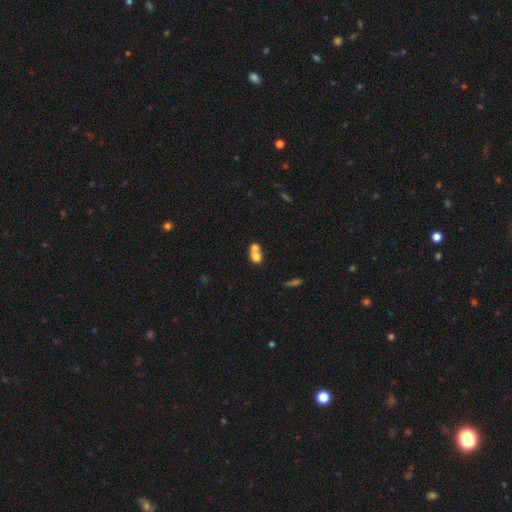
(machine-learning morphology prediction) Smooth or featured: smooth — 70% (featured or disk — 19%)
How rounded: round — 55% (in between — 43%)
Merging: merger — 67% (none — 23%)